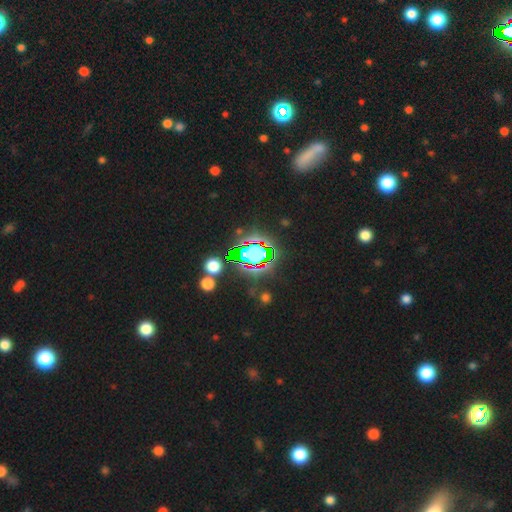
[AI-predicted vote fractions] The model was most divided on "smooth or featured": star or artifact: 68%, smooth: 20%, featured or disk: 12%.